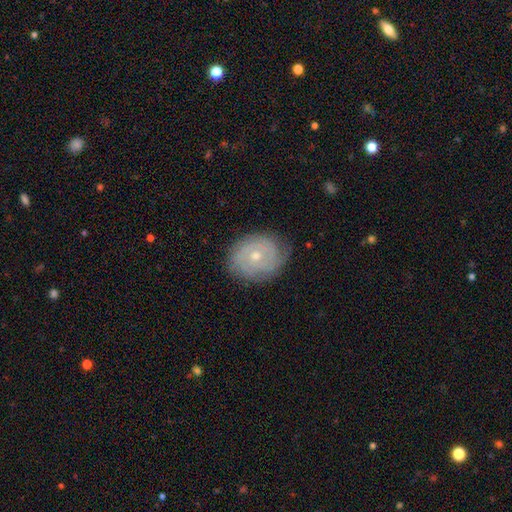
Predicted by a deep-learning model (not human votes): A featured or disk galaxy (70%) with no bar (80%), tight (72%) spiral arms (87%) and a small central bulge (54%). Merging: none (78%).